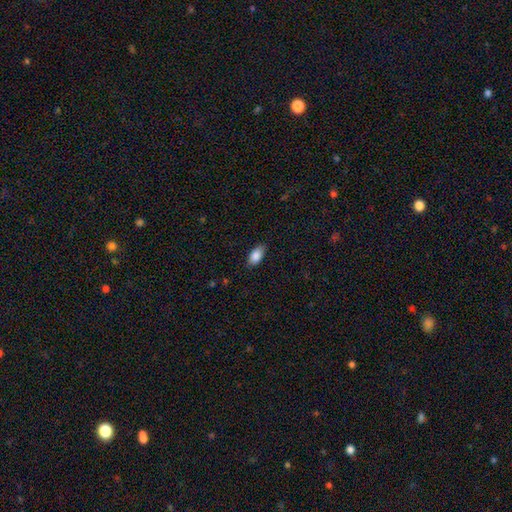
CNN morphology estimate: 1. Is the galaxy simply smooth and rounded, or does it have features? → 87% smooth, 7% star or artifact, 6% featured or disk.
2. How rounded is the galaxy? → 92% in between, 5% cigar-shaped, 4% round.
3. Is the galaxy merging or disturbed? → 84% none, 12% minor disturbance, 3% major disturbance, 1% merger.